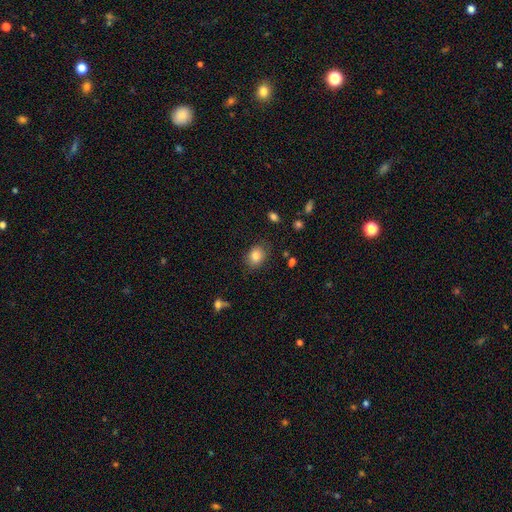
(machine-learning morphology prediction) Smooth or featured? smooth (83%)
How rounded? in between (57%)
Merging? none (82%)